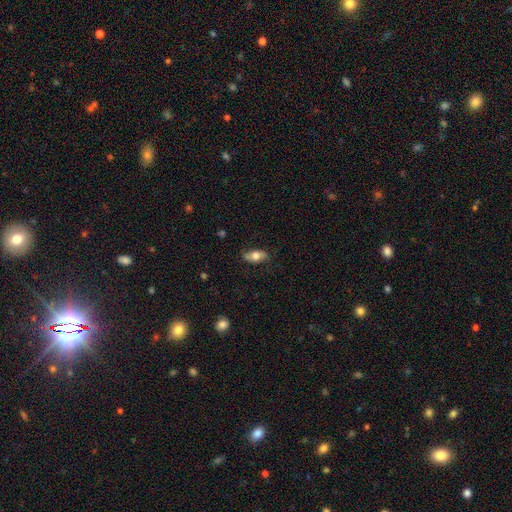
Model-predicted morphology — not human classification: Smooth or featured?
  - smooth: 63% *
  - featured or disk: 31%
  - star or artifact: 6%
How rounded?
  - in between: 82% *
  - cigar-shaped: 14%
  - round: 5%
Merging?
  - none: 80% *
  - minor disturbance: 15%
  - major disturbance: 3%
  - merger: 1%